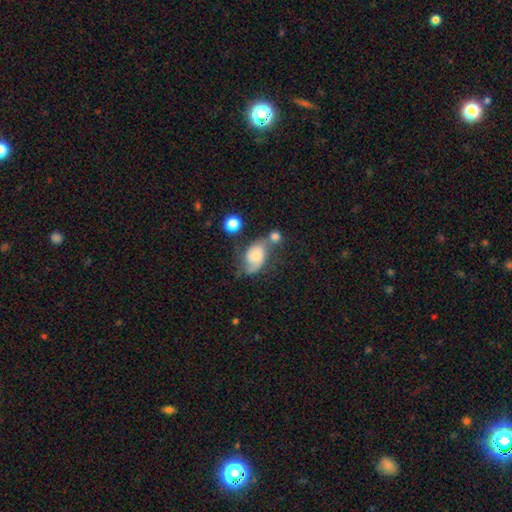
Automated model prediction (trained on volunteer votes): smooth_or_featured: featured or disk (p=0.53) [alt: smooth p=0.38]
disk_edge_on: no (p=0.96) [alt: yes p=0.04]
bar: no (p=0.74) [alt: weak p=0.22]
has_spiral_arms: yes (p=0.84) [alt: no p=0.16]
bulge_size: small (p=0.50) [alt: moderate p=0.29]
merging: none (p=0.33) [alt: merger p=0.28]